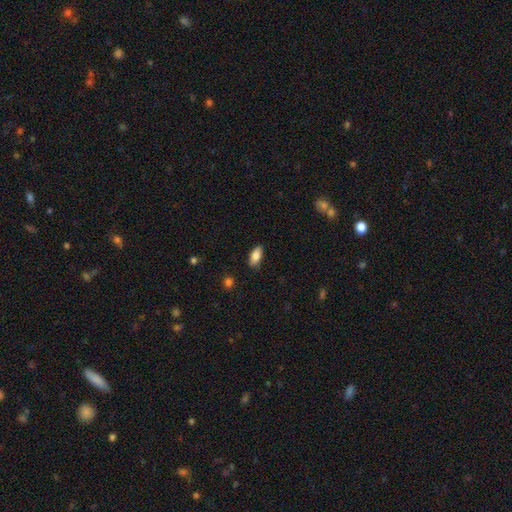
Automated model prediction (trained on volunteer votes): Smooth or featured? Predicted: smooth (p=0.83). How rounded? Predicted: in between (p=0.86). Merging? Predicted: none (p=0.84).